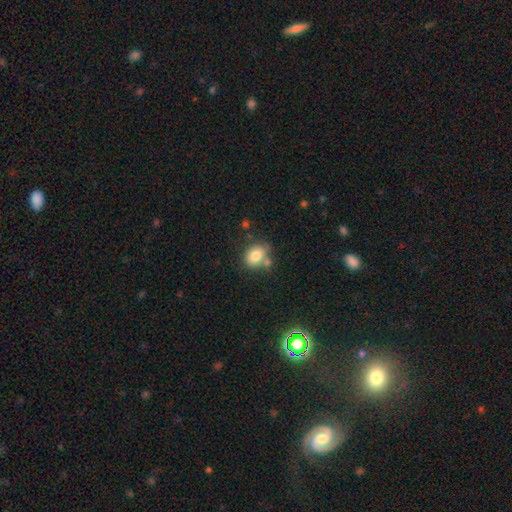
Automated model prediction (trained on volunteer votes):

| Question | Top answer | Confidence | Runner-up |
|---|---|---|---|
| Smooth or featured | smooth | 80% | featured or disk (11%) |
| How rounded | in between | 60% | round (39%) |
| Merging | none | 58% | merger (19%) |